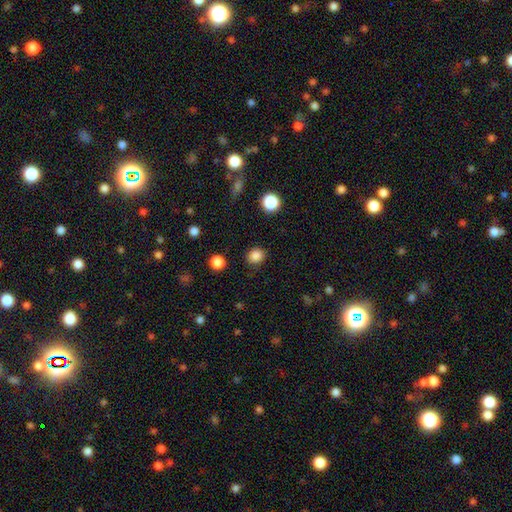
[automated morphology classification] smooth-or-featured: smooth: 85% | star or artifact: 12% | featured or disk: 3%
  how-rounded: round: 75% | in between: 24% | cigar-shaped: 1%
  merging: none: 88% | minor disturbance: 8% | major disturbance: 3% | merger: 1%